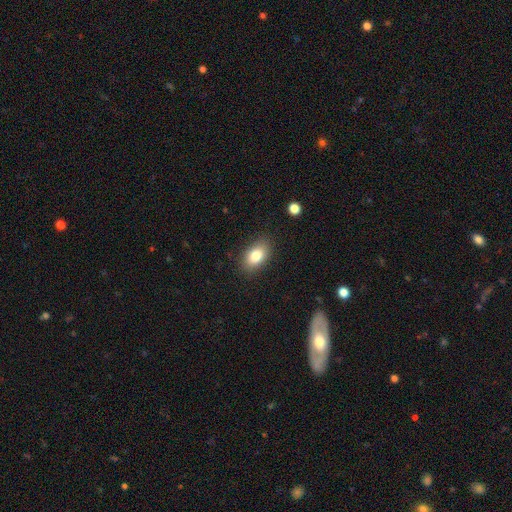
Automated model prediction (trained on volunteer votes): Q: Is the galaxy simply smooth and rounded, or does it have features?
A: smooth — 82%.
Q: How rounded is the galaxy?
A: in between — 89%.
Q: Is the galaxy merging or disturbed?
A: none — 85%.